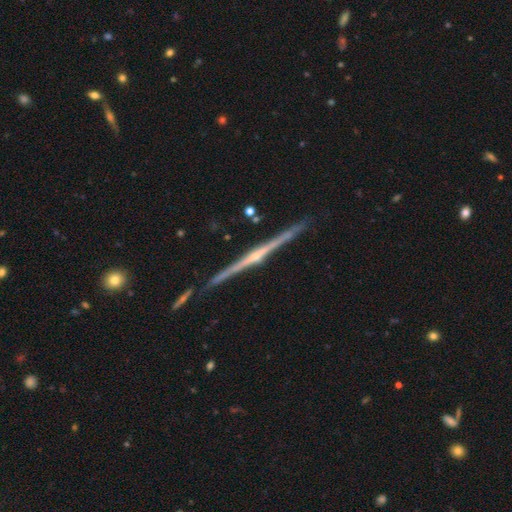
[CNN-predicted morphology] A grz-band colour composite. It shows a featured or disk galaxy (88%) viewed edge-on (99%) with a rounded central bulge (76%). Merging: none (87%).